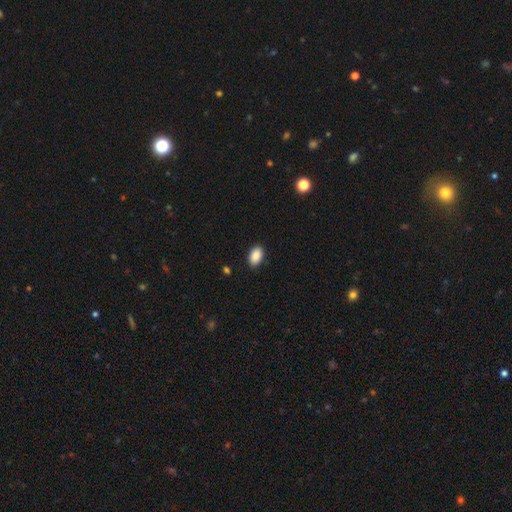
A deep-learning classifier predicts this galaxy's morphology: A smooth galaxy with no disk features (90%) that is in between round and cigar-shaped (91%). Merging: none (88%).